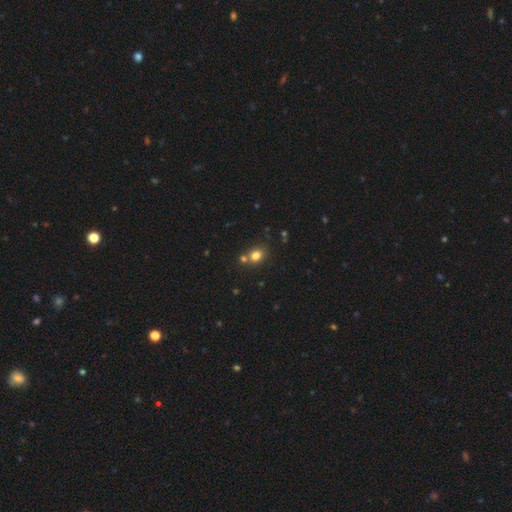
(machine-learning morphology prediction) smooth 78%, star or artifact 14%, featured or disk 8%. Down the decision tree: how rounded — round (62%); merging — none (62%).